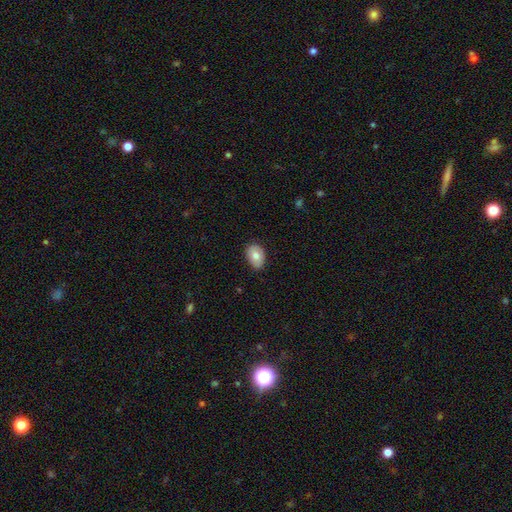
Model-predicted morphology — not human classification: Q: Smooth or featured?
A: smooth (78%); runner-up: featured or disk (15%)
Q: How rounded?
A: in between (82%); runner-up: round (17%)
Q: Merging?
A: none (79%); runner-up: minor disturbance (18%)